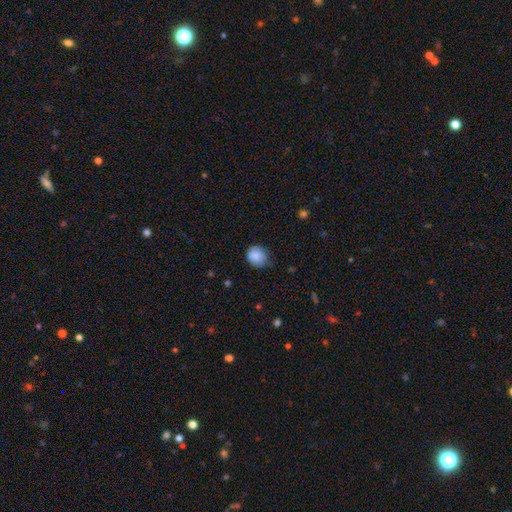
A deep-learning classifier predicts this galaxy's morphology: The model was most divided on "merging": none: 67%, minor disturbance: 27%, major disturbance: 5%, merger: 1%. More confident: smooth or featured — smooth (85%); how rounded — round (75%).